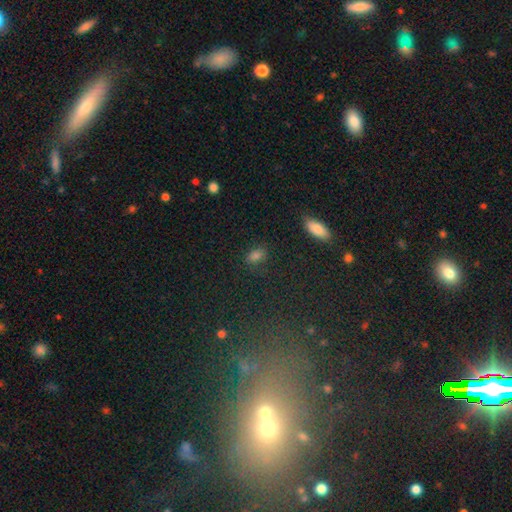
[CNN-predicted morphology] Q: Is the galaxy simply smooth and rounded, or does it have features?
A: smooth — 80%.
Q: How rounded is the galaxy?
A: in between — 81%.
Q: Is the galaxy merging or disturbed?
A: none — 81%.